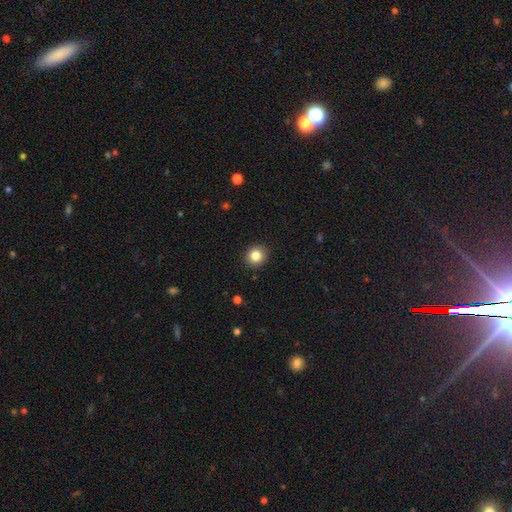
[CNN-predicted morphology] smooth-or-featured: smooth: 84% | star or artifact: 11% | featured or disk: 6%
  how-rounded: round: 88% | in between: 11% | cigar-shaped: 1%
  merging: none: 91% | minor disturbance: 6% | major disturbance: 2% | merger: 1%